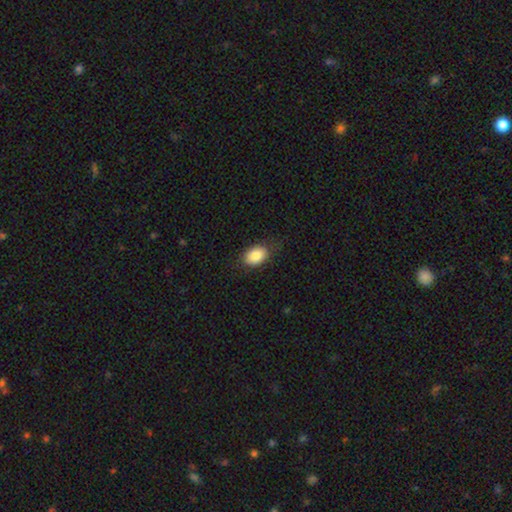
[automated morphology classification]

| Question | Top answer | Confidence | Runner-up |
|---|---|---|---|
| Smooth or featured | smooth | 86% | star or artifact (7%) |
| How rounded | in between | 84% | round (14%) |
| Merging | none | 75% | minor disturbance (18%) |